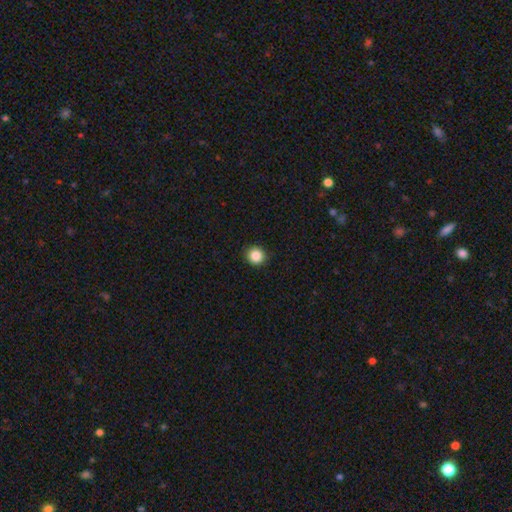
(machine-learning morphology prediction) Smooth or featured: smooth — 86% (star or artifact — 10%)
How rounded: round — 94% (in between — 6%)
Merging: none — 93% (minor disturbance — 5%)